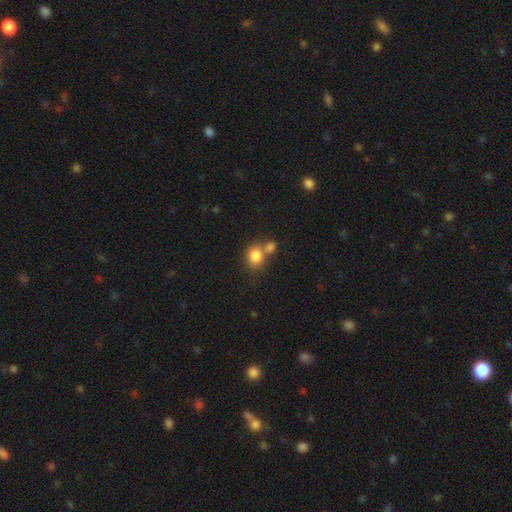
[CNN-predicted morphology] Smooth or featured: smooth — 83% (star or artifact — 10%)
How rounded: round — 64% (in between — 35%)
Merging: none — 46% (merger — 41%)